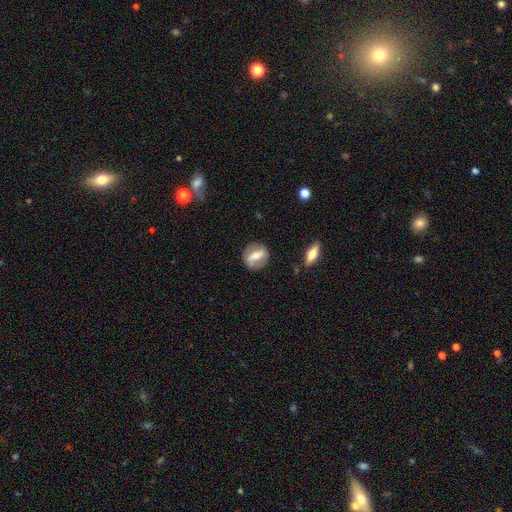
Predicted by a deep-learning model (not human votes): Smooth or featured? featured or disk (57%)
Edge-on disk? no (81%)
Merging? none (82%)